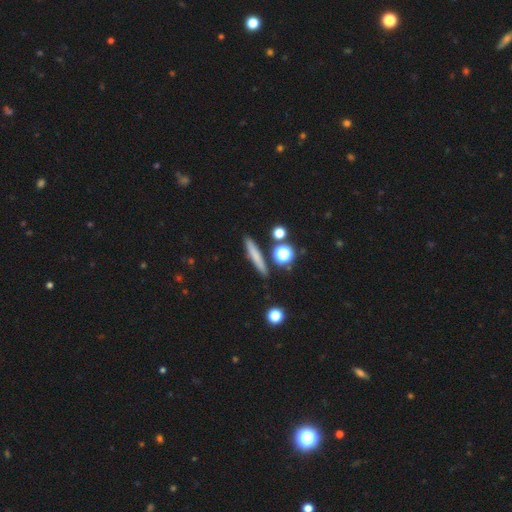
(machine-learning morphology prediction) This is likely a smooth galaxy (68%). How rounded: clearly cigar-shaped (83%). Merging: clearly none (84%).